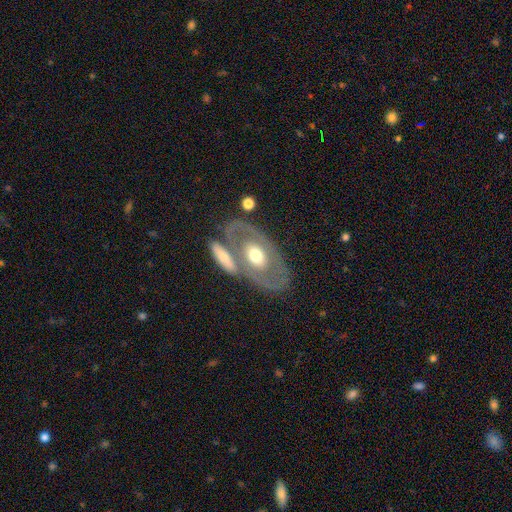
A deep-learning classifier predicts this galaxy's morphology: Q: Smooth or featured?
A: featured or disk (64%); runner-up: smooth (31%)
Q: Edge-on disk?
A: no (88%); runner-up: yes (12%)
Q: Bar?
A: no (79%); runner-up: weak (14%)
Q: Spiral arms?
A: no (70%); runner-up: yes (30%)
Q: Bulge size?
A: moderate (67%); runner-up: large (18%)
Q: Merging?
A: none (60%); runner-up: merger (18%)